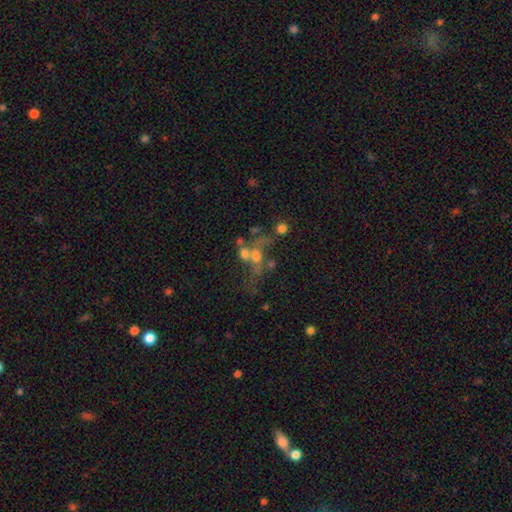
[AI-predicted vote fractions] A featured or disk galaxy (41%).

Vote fractions:
- Smooth or featured? featured or disk: 41% / smooth: 34% / star or artifact: 25%
- Merging? merger: 39% / none: 28% / major disturbance: 22% / minor disturbance: 10%